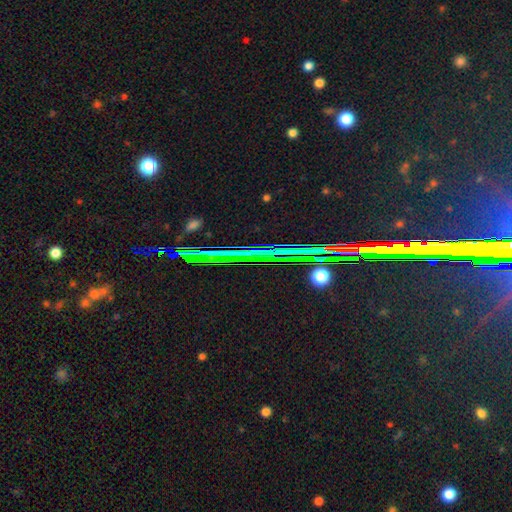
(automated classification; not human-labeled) Overall: star or artifact (82%).